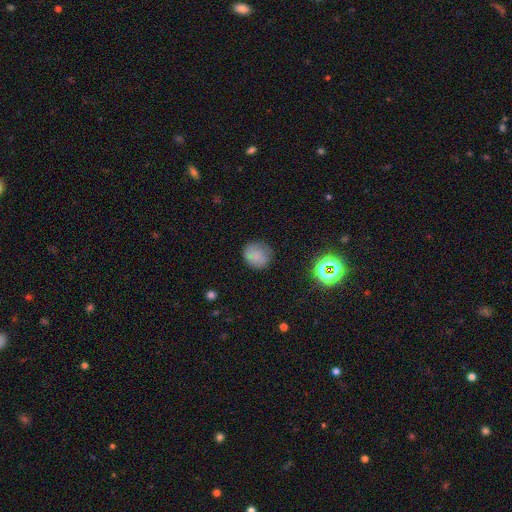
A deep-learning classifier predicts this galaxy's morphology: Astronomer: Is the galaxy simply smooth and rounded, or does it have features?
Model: smooth — 80%.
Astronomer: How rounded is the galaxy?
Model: round — 84%.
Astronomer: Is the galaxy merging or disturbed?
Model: none — 78%.